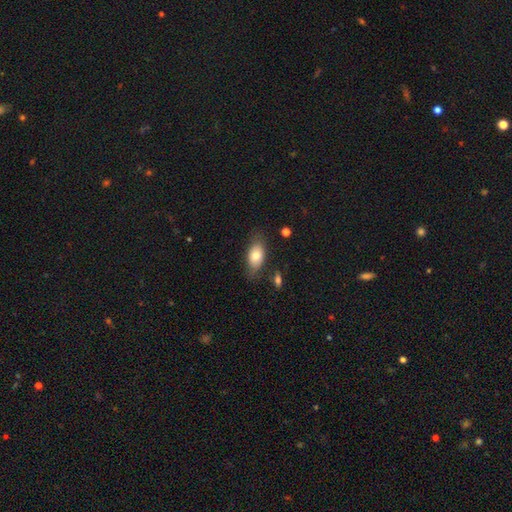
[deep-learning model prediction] A smooth galaxy with no disk features (77%) that is in between round and cigar-shaped (89%). Merging: none (74%).